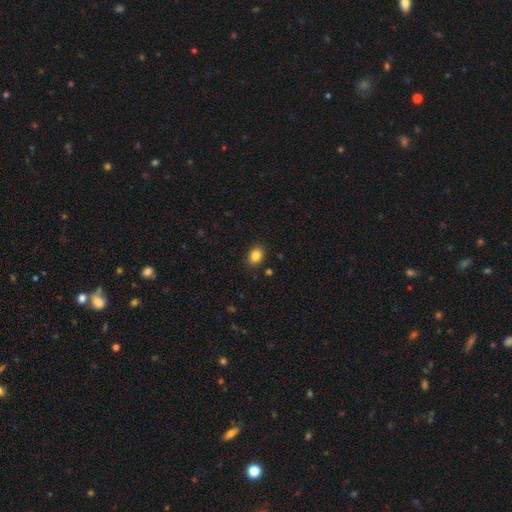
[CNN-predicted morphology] smooth_or_featured: smooth (p=0.85) [alt: star or artifact p=0.10]
how_rounded: in between (p=0.60) [alt: round p=0.39]
merging: none (p=0.88) [alt: minor disturbance p=0.08]